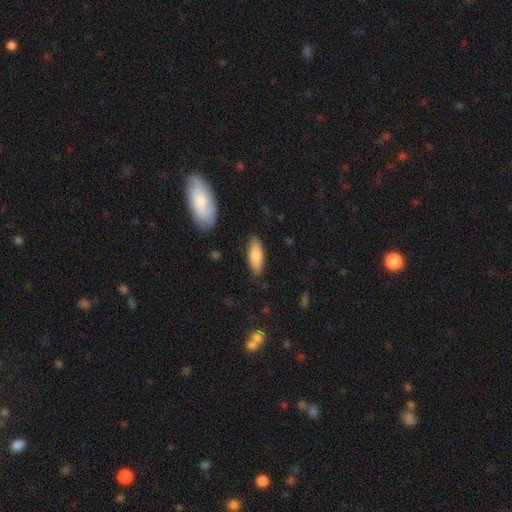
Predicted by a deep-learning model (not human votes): This is clearly a smooth galaxy (81%). How rounded: likely in between (66%). Merging: clearly none (84%).